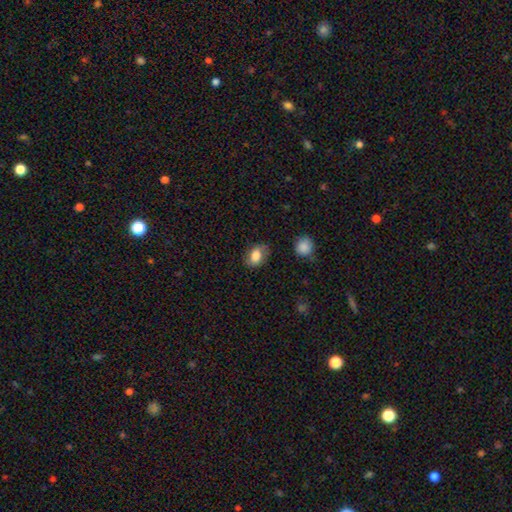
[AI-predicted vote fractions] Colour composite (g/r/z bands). It shows a smooth galaxy with no disk features (80%) that is in between round and cigar-shaped (80%). Merging: none (76%).